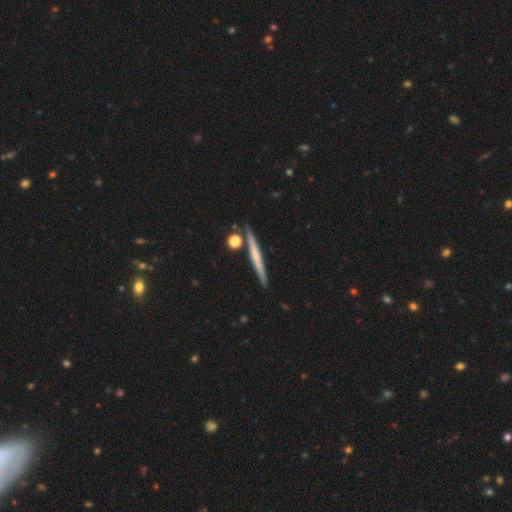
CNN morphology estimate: Smooth or featured: featured or disk — 49% (smooth — 44%)
Merging: none — 86% (minor disturbance — 8%)